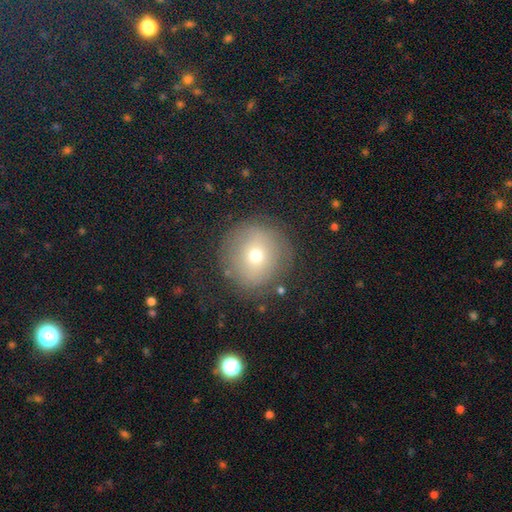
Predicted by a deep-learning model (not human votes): smooth 63%, featured or disk 23%, star or artifact 14%. Down the decision tree: how rounded — round (93%); merging — none (79%).